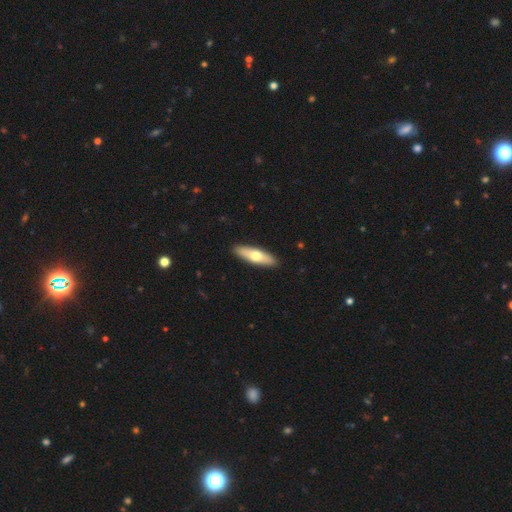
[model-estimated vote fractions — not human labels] smooth_or_featured: smooth (p=0.61) [alt: featured or disk p=0.35]
how_rounded: cigar-shaped (p=0.58) [alt: in between p=0.40]
merging: none (p=0.91) [alt: minor disturbance p=0.06]